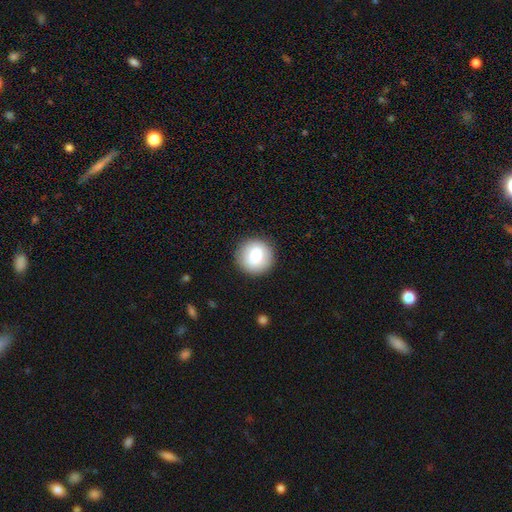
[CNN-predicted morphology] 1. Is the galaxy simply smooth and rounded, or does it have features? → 77% smooth, 15% featured or disk, 8% star or artifact.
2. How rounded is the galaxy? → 94% round, 5% in between, 1% cigar-shaped.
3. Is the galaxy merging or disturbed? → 90% none, 7% minor disturbance, 2% major disturbance, 1% merger.